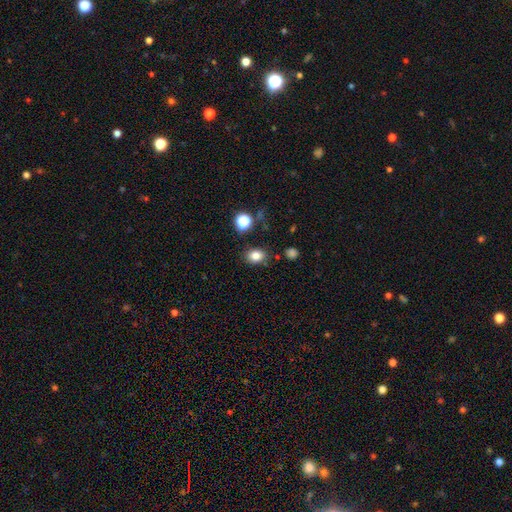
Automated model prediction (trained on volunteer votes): The model was most divided on "how rounded": in between: 61%, round: 38%, cigar-shaped: 1%. More confident: merging — none (82%); smooth or featured — smooth (81%).